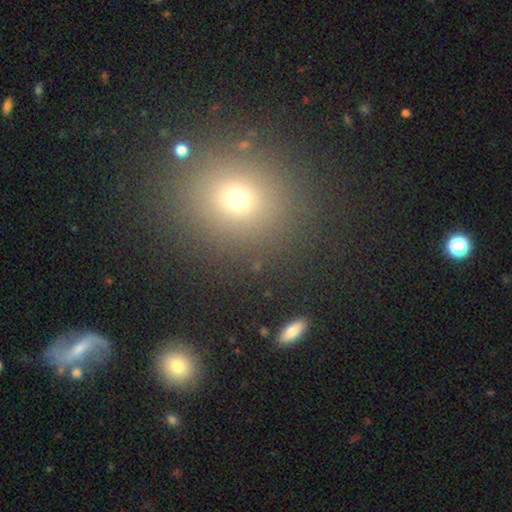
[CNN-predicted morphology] smooth 63%, star or artifact 27%, featured or disk 11%. Down the decision tree: how rounded — round (74%); merging — none (87%).